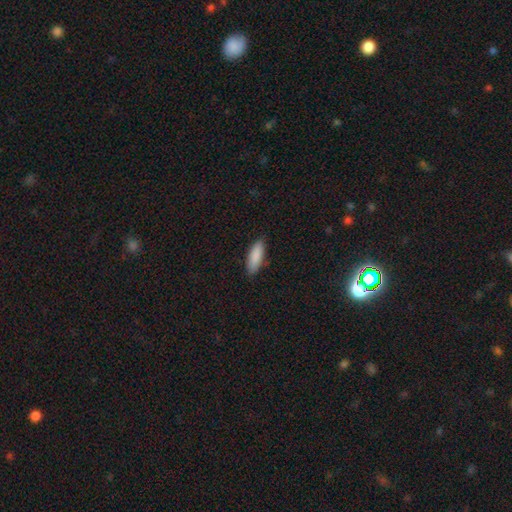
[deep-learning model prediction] A smooth galaxy with no disk features (89%) that is in between round and cigar-shaped (60%). Merging: none (85%).